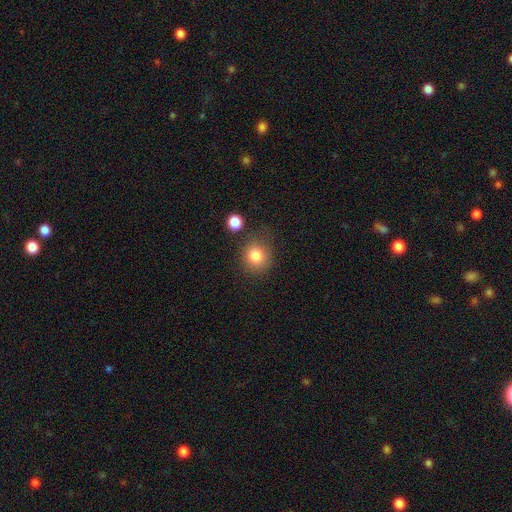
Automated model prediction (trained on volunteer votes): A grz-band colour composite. It shows a smooth galaxy with no disk features (82%) that is round (84%). Merging: none (74%).